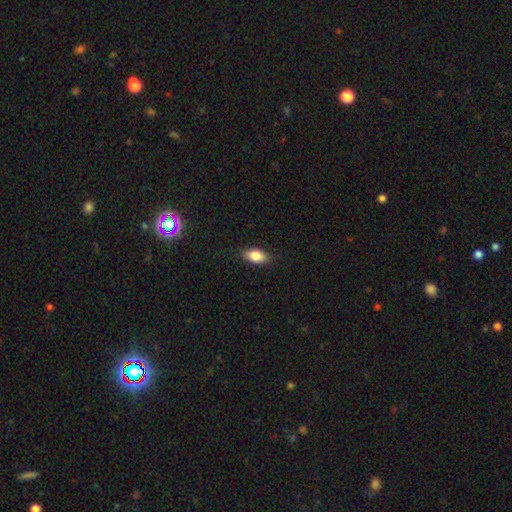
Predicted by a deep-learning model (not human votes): smooth_or_featured: smooth (p=0.84) [alt: featured or disk p=0.09]
how_rounded: in between (p=0.88) [alt: cigar-shaped p=0.06]
merging: none (p=0.86) [alt: minor disturbance p=0.11]